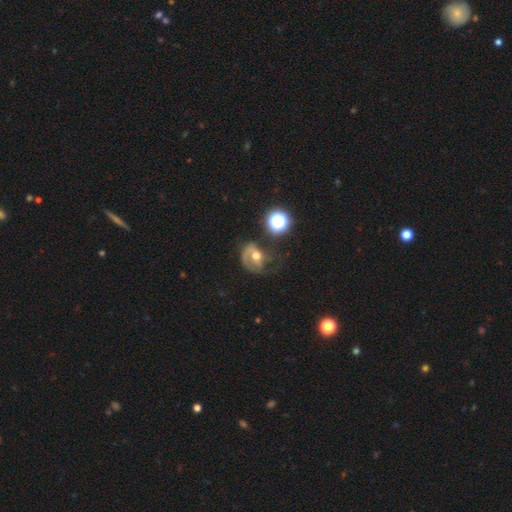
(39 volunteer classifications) Overall: featured or disk (59%; smooth 36%). Edge-on disk: no (91%). Bar: no (48%; weak 33%). Spiral arms: yes (81%). Spiral arm count: 1 (76%). Spiral winding: tight (47%; medium 29%). Bulge size: moderate (62%). Merging: major disturbance (62%).